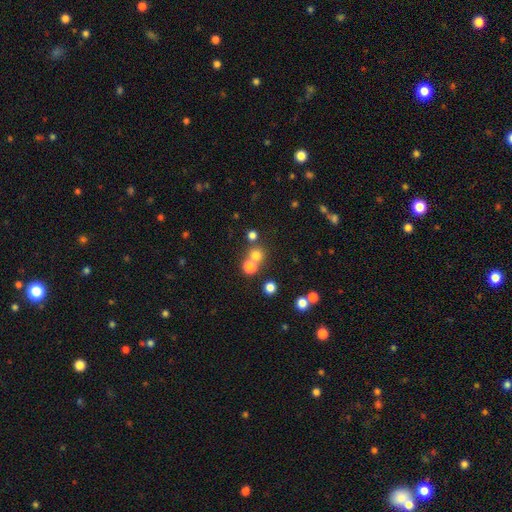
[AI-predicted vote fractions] A smooth galaxy with no disk features (72%) that is round (90%). Merging: none (62%).